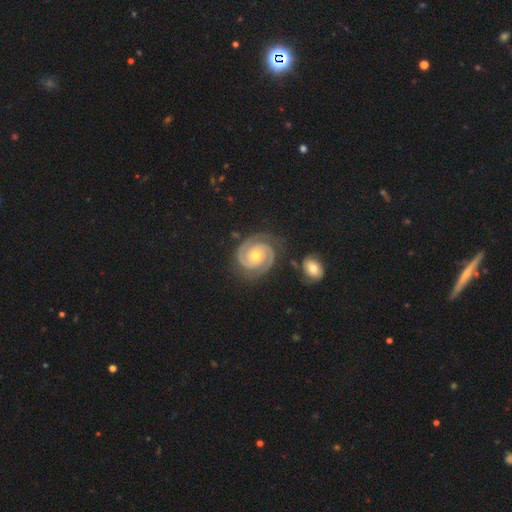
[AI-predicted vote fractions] Morphology: type=featured or disk (92%); edge-on=no (98%); bar=no (72%); spiral arms=yes (99%); winding=tight (76%); arm count=2 (92%); bulge=moderate (62%); merging=none (83%).